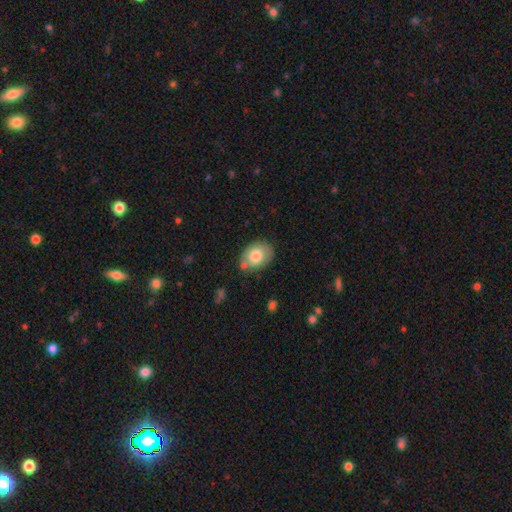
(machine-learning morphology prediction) Overall: smooth (65%; featured or disk 28%). How rounded: in between (67%; round 32%). Merging: none (65%).